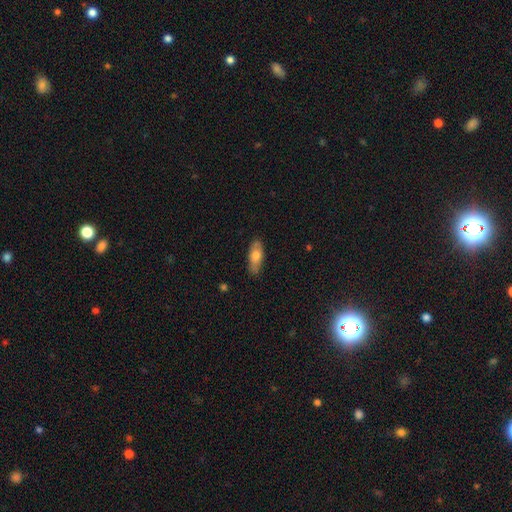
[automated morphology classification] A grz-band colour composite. It shows a smooth galaxy with no disk features (70%) that is in between round and cigar-shaped (76%). Merging: none (82%).